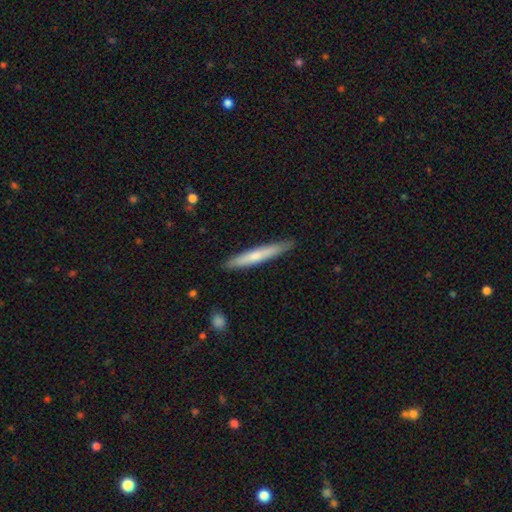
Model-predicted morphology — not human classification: Q: Smooth or featured?
A: smooth (62%); runner-up: featured or disk (33%)
Q: How rounded?
A: cigar-shaped (95%); runner-up: in between (4%)
Q: Merging?
A: none (88%); runner-up: minor disturbance (9%)